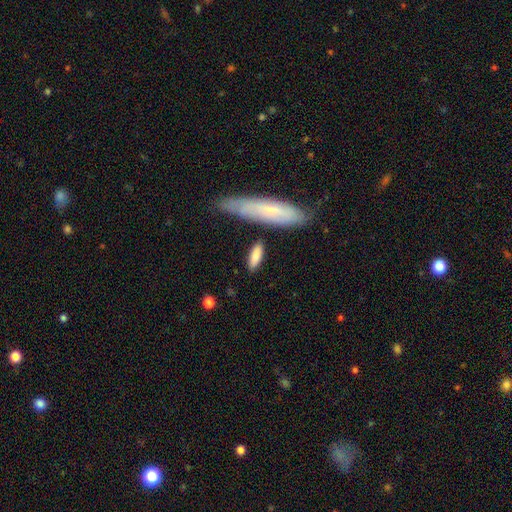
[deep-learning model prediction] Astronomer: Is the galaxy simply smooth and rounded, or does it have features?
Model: smooth — 82%.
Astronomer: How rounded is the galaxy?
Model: cigar-shaped — 50% (runner-up: in between, 48%).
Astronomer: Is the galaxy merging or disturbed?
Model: none — 79%.